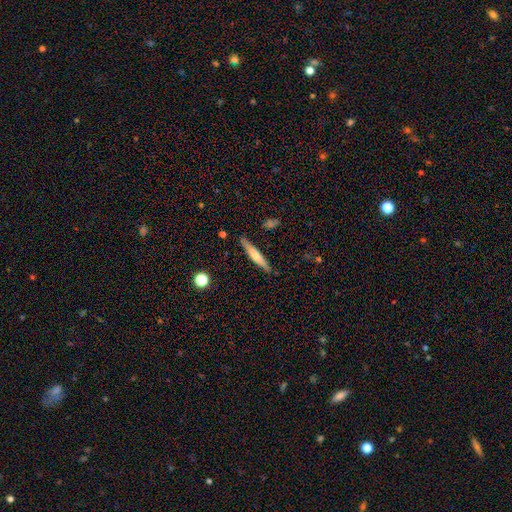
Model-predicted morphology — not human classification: The model was most divided on "smooth or featured": smooth: 53%, featured or disk: 41%, star or artifact: 6%. More confident: how rounded — cigar-shaped (91%); merging — none (87%).